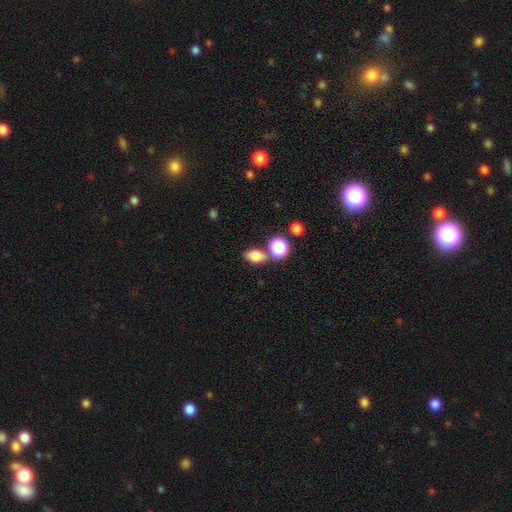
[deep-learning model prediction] Overall: smooth (80%). How rounded: in between (76%). Merging: none (61%; merger 22%).